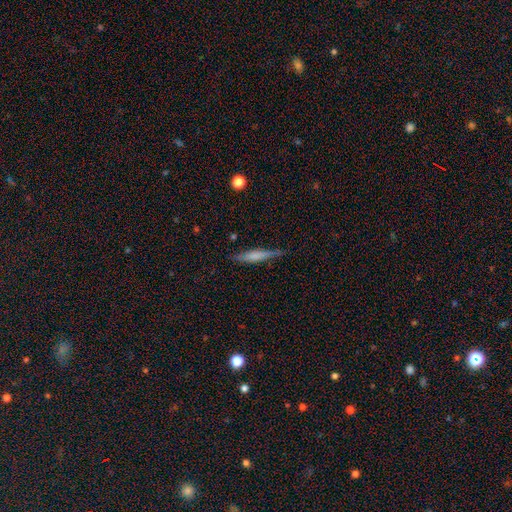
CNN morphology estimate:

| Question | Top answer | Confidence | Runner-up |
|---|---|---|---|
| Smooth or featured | smooth | 54% | featured or disk (40%) |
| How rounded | cigar-shaped | 89% | in between (10%) |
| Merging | none | 80% | minor disturbance (15%) |